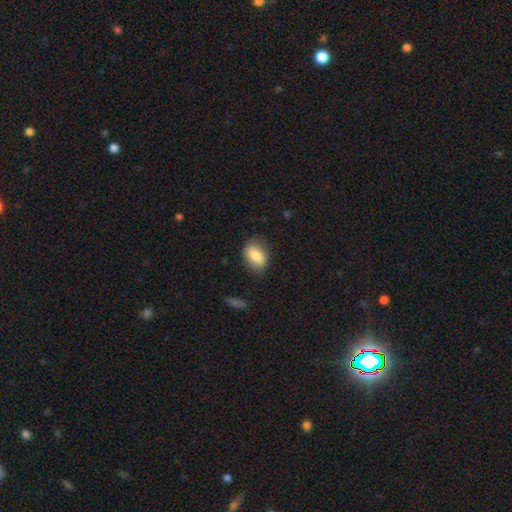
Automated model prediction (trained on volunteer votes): Smooth or featured: smooth — 77% (featured or disk — 16%)
How rounded: in between — 78% (round — 20%)
Merging: none — 80% (minor disturbance — 15%)